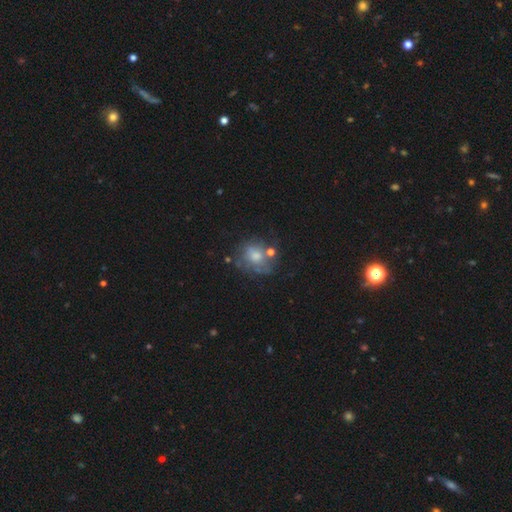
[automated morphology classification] A smooth galaxy with no disk features (54%) that is round (65%).

Vote fractions:
- Smooth or featured? smooth: 54% / featured or disk: 35% / star or artifact: 11%
- How rounded? round: 65% / in between: 34% / cigar-shaped: 1%
- Merging? none: 48% / minor disturbance: 24% / major disturbance: 17% / merger: 12%